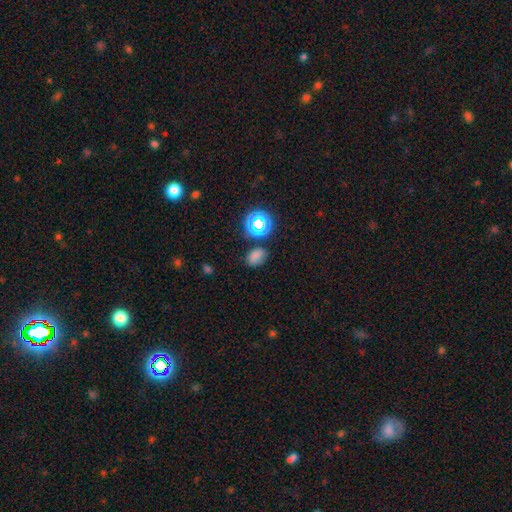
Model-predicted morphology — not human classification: Smooth or featured?
  - smooth: 70% *
  - star or artifact: 23%
  - featured or disk: 7%
How rounded?
  - in between: 72% *
  - round: 27%
  - cigar-shaped: 1%
Merging?
  - none: 73% *
  - minor disturbance: 17%
  - major disturbance: 5%
  - merger: 5%